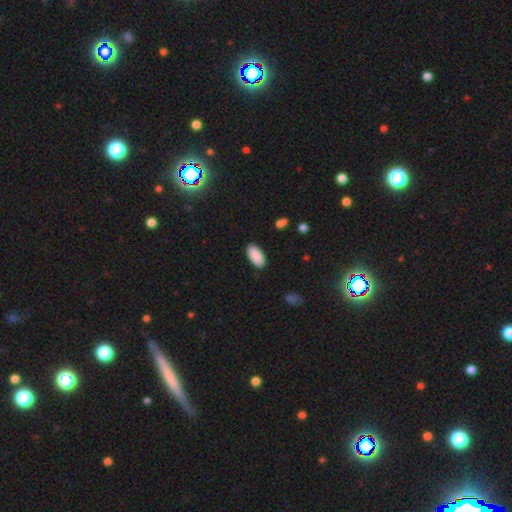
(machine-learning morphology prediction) Smooth or featured? smooth (91%)
How rounded? in between (94%)
Merging? none (88%)